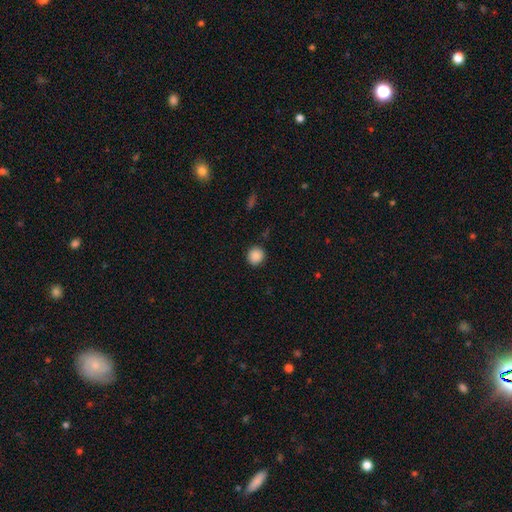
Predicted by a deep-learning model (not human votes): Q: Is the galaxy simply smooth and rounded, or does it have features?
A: smooth — 88%.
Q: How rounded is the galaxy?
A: round — 91%.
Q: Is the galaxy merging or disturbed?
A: none — 90%.